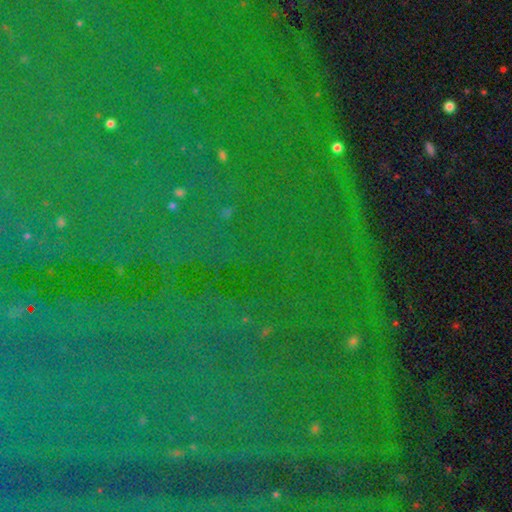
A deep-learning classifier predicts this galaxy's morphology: smooth_or_featured: star or artifact (p=0.85) [alt: featured or disk p=0.08]